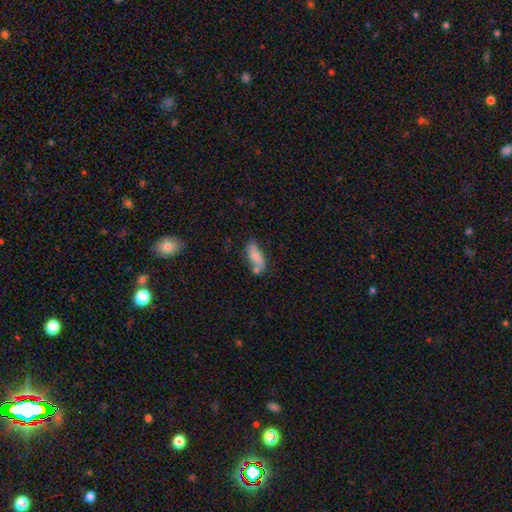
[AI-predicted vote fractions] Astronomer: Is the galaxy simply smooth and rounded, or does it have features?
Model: smooth — 75%.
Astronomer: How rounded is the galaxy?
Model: in between — 74%.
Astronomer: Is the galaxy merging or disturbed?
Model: none — 54%.